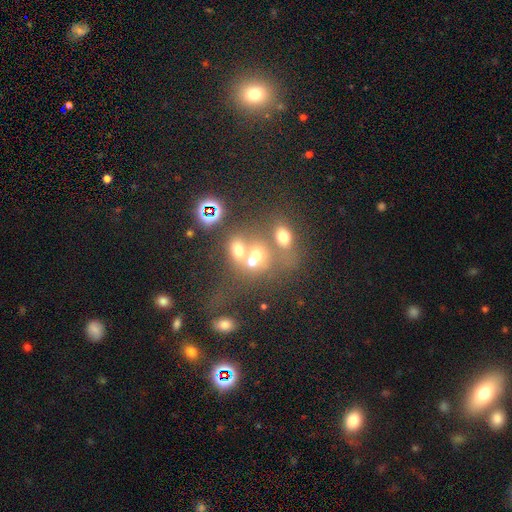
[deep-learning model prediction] Overall: smooth (56%; star or artifact 22%). How rounded: round (60%; in between 39%). Merging: merger (51%; none 31%).